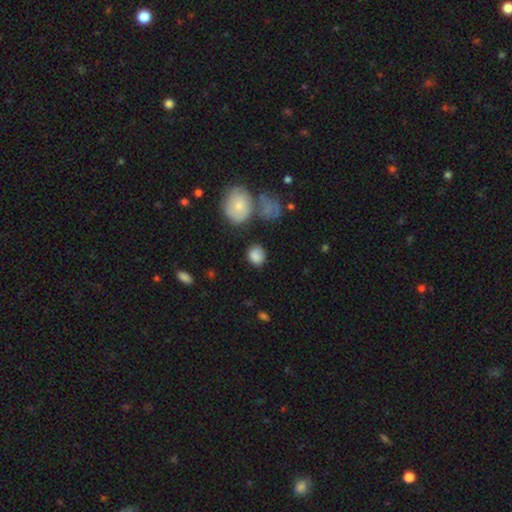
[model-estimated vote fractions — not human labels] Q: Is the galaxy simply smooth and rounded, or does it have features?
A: smooth — 84%.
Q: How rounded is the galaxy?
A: round — 68%.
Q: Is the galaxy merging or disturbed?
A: none — 71%.